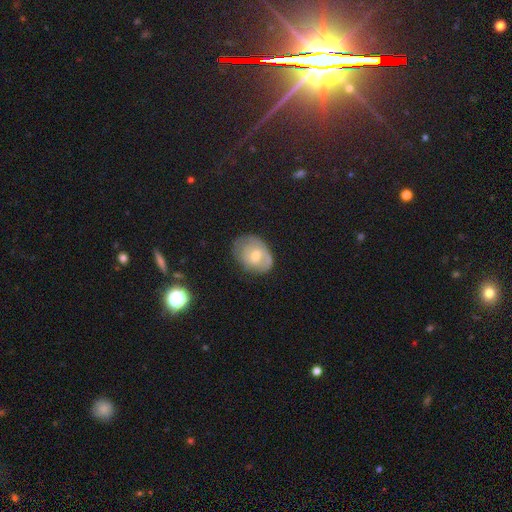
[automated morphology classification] Smooth or featured: smooth — 50% (featured or disk — 43%)
How rounded: in between — 66% (round — 33%)
Merging: none — 55% (minor disturbance — 31%)